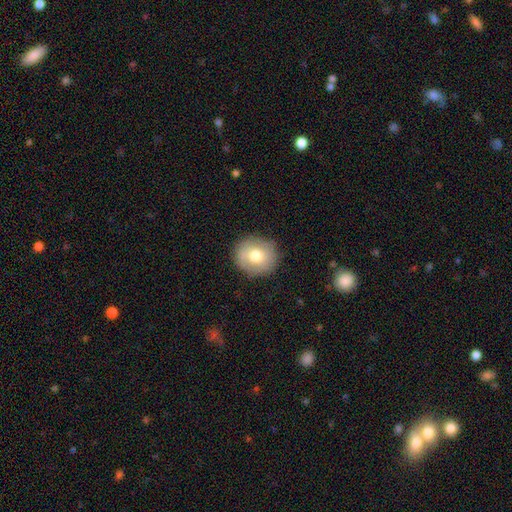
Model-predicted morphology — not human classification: A smooth galaxy with no disk features (70%) that is round (85%).

Vote fractions:
- Smooth or featured? smooth: 70% / featured or disk: 21% / star or artifact: 8%
- How rounded? round: 85% / in between: 14% / cigar-shaped: 1%
- Merging? none: 85% / minor disturbance: 10% / major disturbance: 3% / merger: 1%